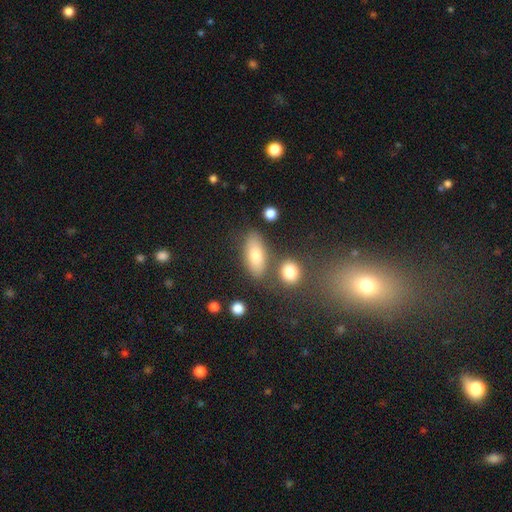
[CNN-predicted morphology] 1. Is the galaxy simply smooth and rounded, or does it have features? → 71% smooth, 18% featured or disk, 11% star or artifact.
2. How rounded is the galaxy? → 79% in between, 15% cigar-shaped, 6% round.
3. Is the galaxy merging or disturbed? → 77% none, 11% minor disturbance, 8% merger, 4% major disturbance.